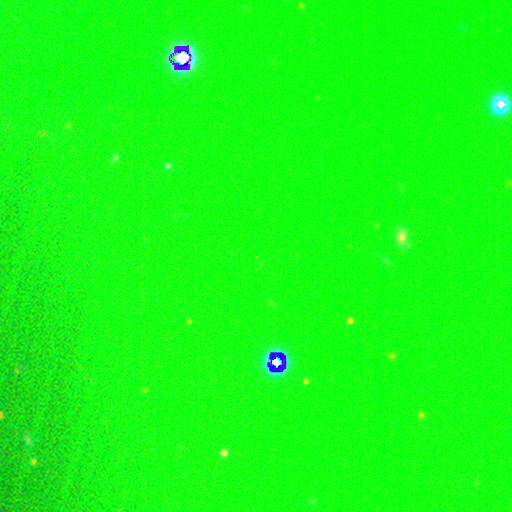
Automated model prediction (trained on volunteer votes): Morphology: type=star or artifact (77%).